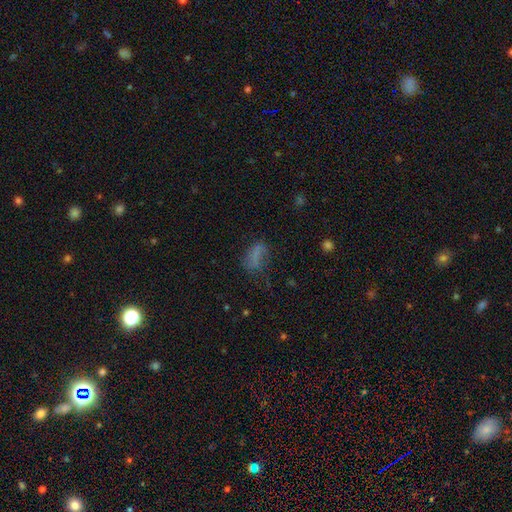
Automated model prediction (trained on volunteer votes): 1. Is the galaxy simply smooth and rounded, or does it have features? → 64% smooth, 19% star or artifact, 17% featured or disk.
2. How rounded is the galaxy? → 81% in between, 10% round, 9% cigar-shaped.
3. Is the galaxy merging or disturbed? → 45% none, 26% minor disturbance, 25% major disturbance, 4% merger.